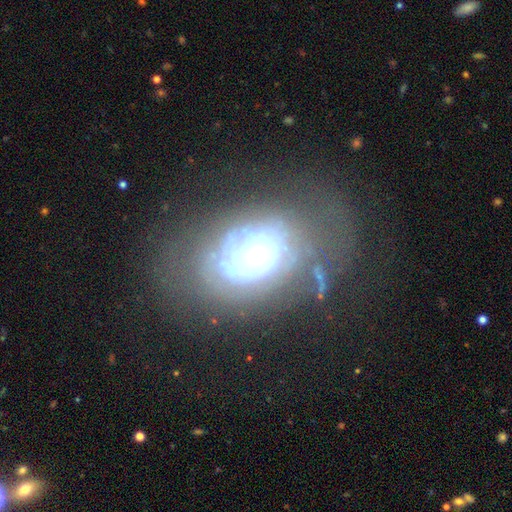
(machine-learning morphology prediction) type=featured or disk (75%); edge-on=no (96%); bar=no (72%); spiral arms=yes (80%); winding=tight (59%); arm count=can't tell (46%); bulge=large (39%); merging=none (44%).